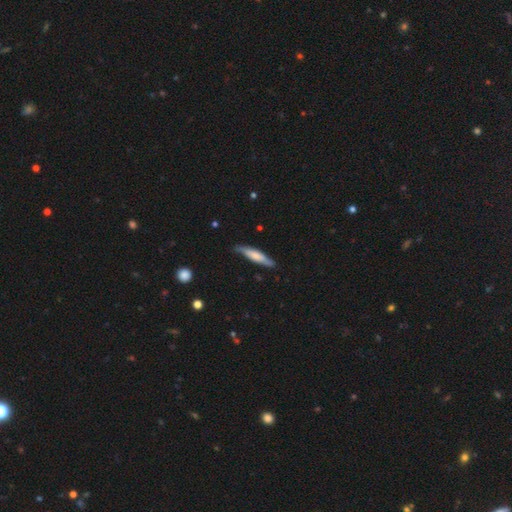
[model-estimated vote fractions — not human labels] This is possibly a smooth galaxy (58%). How rounded: clearly cigar-shaped (84%). Merging: likely none (77%).